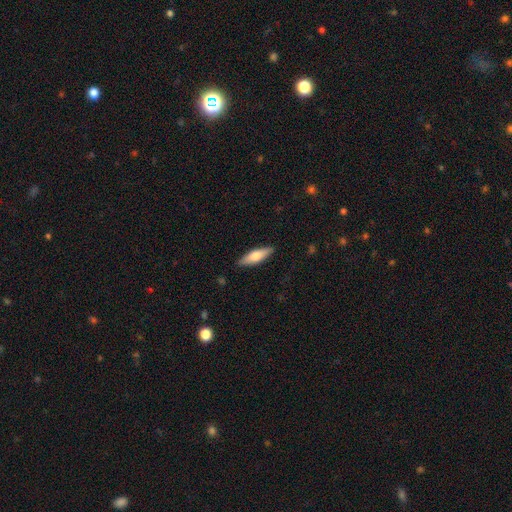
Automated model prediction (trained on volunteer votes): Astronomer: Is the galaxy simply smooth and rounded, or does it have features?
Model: smooth — 64%.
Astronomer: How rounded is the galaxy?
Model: cigar-shaped — 52% (runner-up: in between, 46%).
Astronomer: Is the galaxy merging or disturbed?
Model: none — 88%.